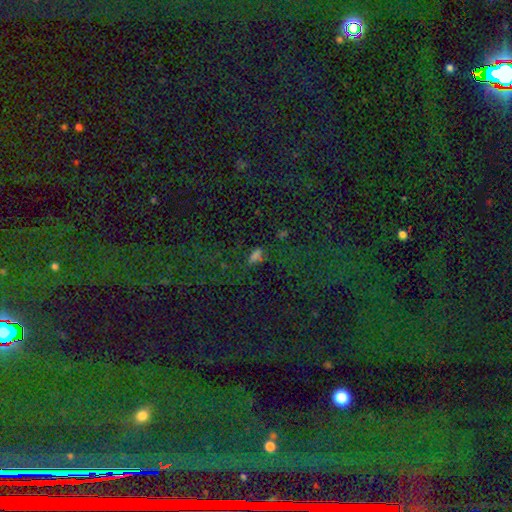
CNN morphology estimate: Smooth or featured?
  - smooth: 51% *
  - star or artifact: 40%
  - featured or disk: 8%
How rounded?
  - in between: 78% *
  - cigar-shaped: 12%
  - round: 10%
Merging?
  - none: 65% *
  - minor disturbance: 18%
  - major disturbance: 10%
  - merger: 7%